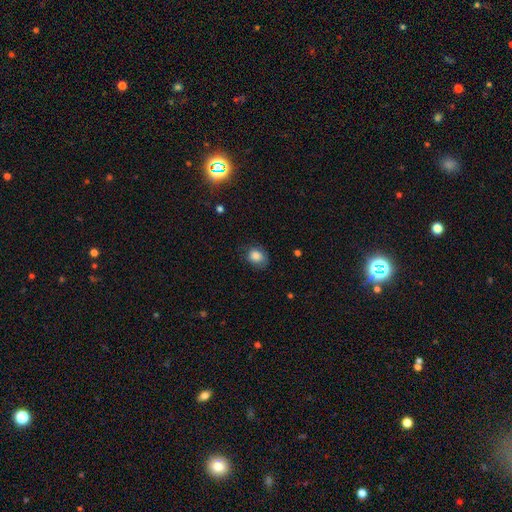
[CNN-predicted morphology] Overall: smooth (83%). How rounded: round (50%, tied with in between). Merging: none (66%).